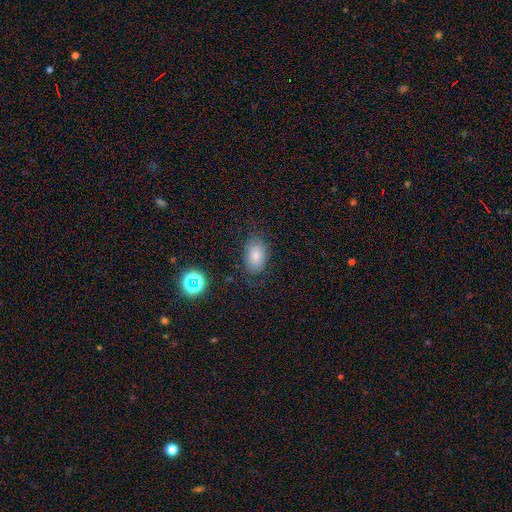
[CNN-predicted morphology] The model was most divided on "merging": none: 70%, minor disturbance: 20%, major disturbance: 9%, merger: 2%. More confident: how rounded — in between (89%); smooth or featured — smooth (74%).